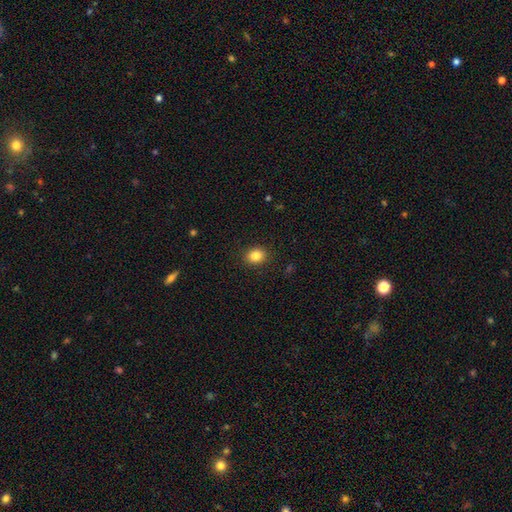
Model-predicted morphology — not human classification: The model was most divided on "how rounded": round: 52%, in between: 47%, cigar-shaped: 1%. More confident: merging — none (89%); smooth or featured — smooth (84%).